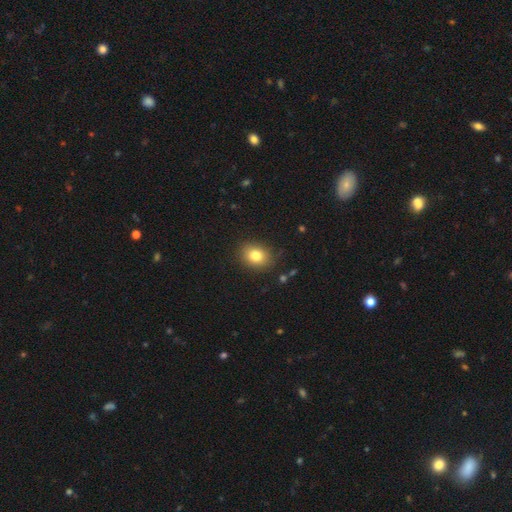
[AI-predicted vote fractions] The model was most divided on "how rounded": in between: 53%, round: 46%, cigar-shaped: 1%. More confident: merging — none (88%); smooth or featured — smooth (81%).